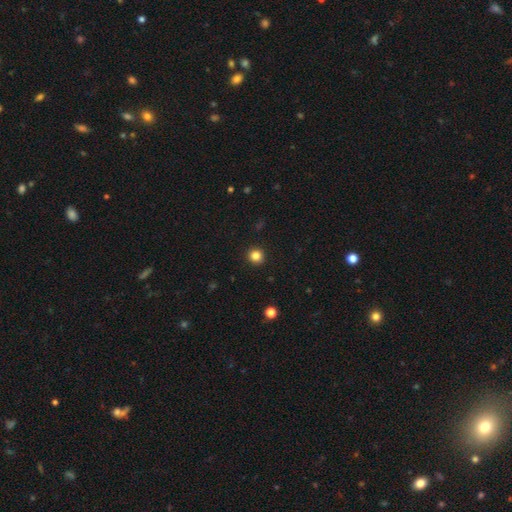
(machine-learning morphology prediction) smooth 84%, star or artifact 12%, featured or disk 4%. Down the decision tree: how rounded — round (93%); merging — none (93%).